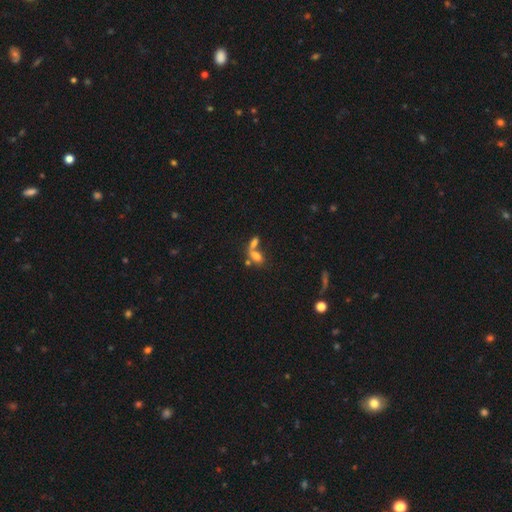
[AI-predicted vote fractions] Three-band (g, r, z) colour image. It shows a smooth galaxy with no disk features (71%) that is in between round and cigar-shaped (78%). Merging: merger (58%).